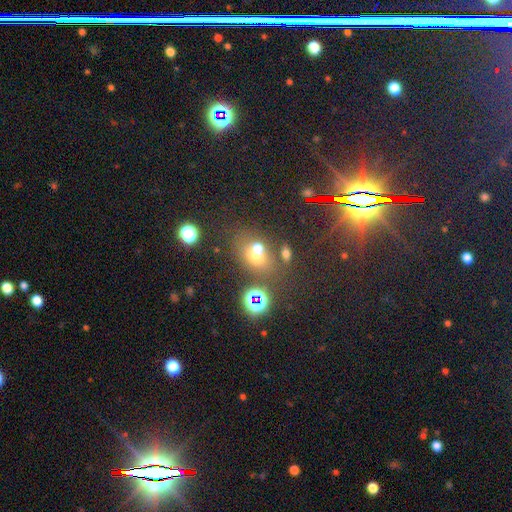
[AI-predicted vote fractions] The model was most divided on "merging": merger: 42%, none: 41%, minor disturbance: 11%, major disturbance: 7%. More confident: smooth or featured — smooth (57%); how rounded — in between (51%).